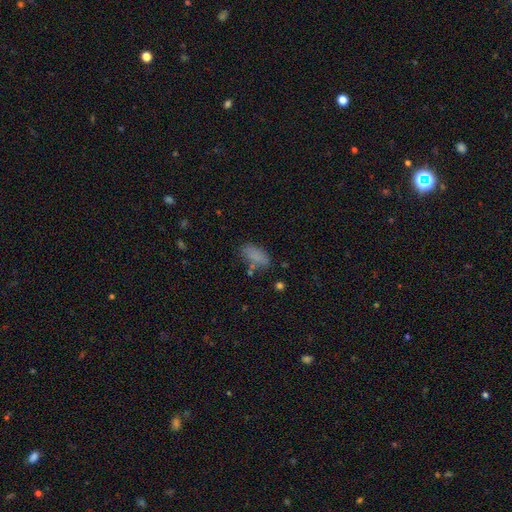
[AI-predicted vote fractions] This appears to be a smooth galaxy with no disk features (82%) that is in between round and cigar-shaped (87%). Merging: none (72%).